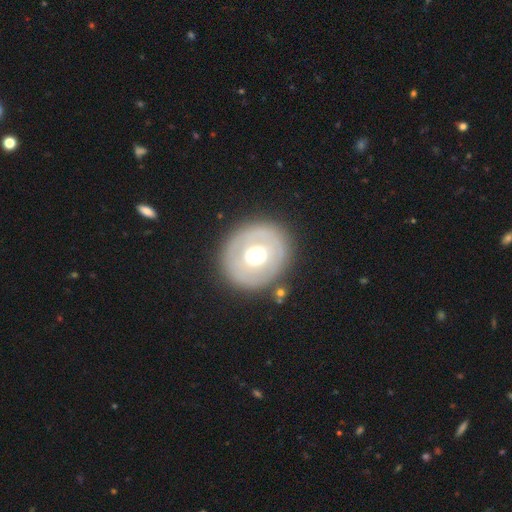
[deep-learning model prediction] A smooth galaxy with no disk features (48%). Merging: none (80%).